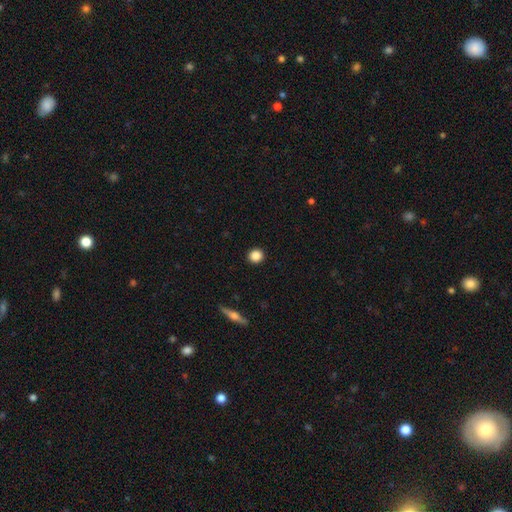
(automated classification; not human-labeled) smooth_or_featured: smooth (p=0.87) [alt: star or artifact p=0.09]
how_rounded: round (p=0.91) [alt: in between p=0.08]
merging: none (p=0.93) [alt: minor disturbance p=0.05]